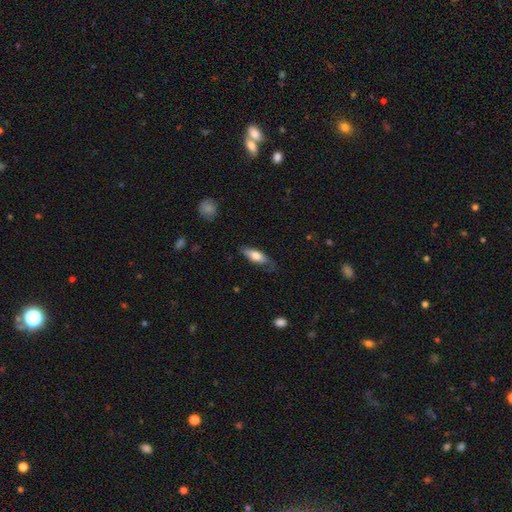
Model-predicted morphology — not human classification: smooth_or_featured: smooth (p=0.69) [alt: featured or disk p=0.25]
how_rounded: in between (p=0.65) [alt: cigar-shaped p=0.33]
merging: none (p=0.64) [alt: minor disturbance p=0.27]